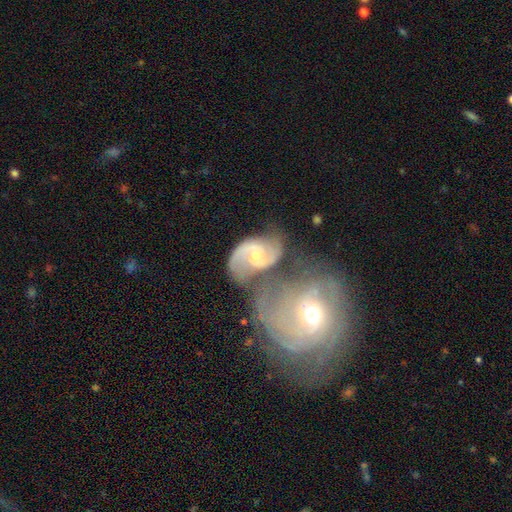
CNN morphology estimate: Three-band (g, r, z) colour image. It shows a featured or disk galaxy (88%) with no bar (47%), 2 (90%) medium (51%) spiral arms (97%) and a small central bulge (56%). Merging: merger (43%).